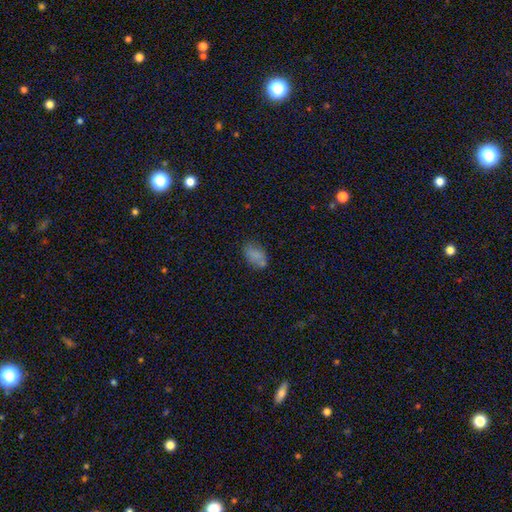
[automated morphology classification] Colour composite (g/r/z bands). It shows a smooth galaxy with no disk features (78%) that is in between round and cigar-shaped (90%). Merging: none (62%).